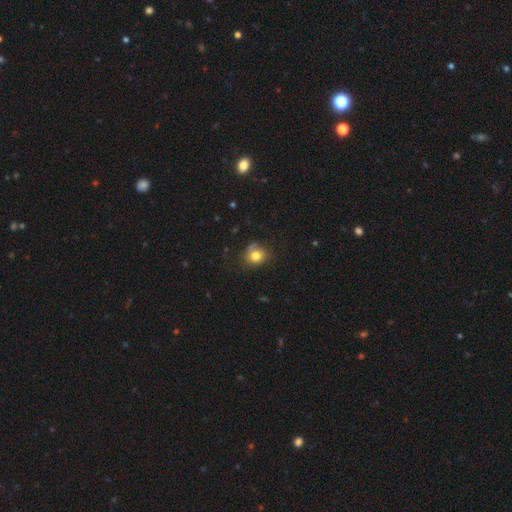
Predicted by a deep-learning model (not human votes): This is likely a smooth galaxy (77%). How rounded: likely round (70%). Merging: likely none (63%).